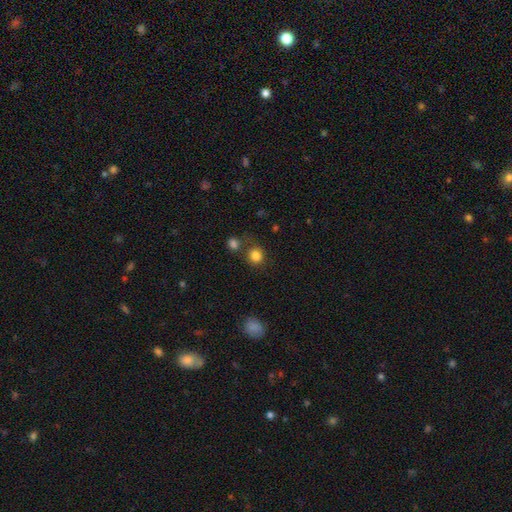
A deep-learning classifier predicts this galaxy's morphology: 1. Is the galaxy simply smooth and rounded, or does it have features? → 82% smooth, 13% star or artifact, 5% featured or disk.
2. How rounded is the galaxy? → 85% round, 14% in between, 1% cigar-shaped.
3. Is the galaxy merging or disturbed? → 71% none, 14% merger, 10% minor disturbance, 4% major disturbance.